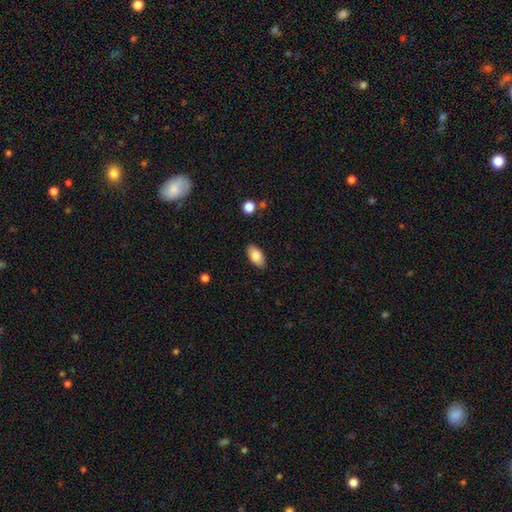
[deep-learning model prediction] Smooth or featured: smooth — 84% (featured or disk — 9%)
How rounded: in between — 93% (round — 3%)
Merging: none — 87% (minor disturbance — 10%)